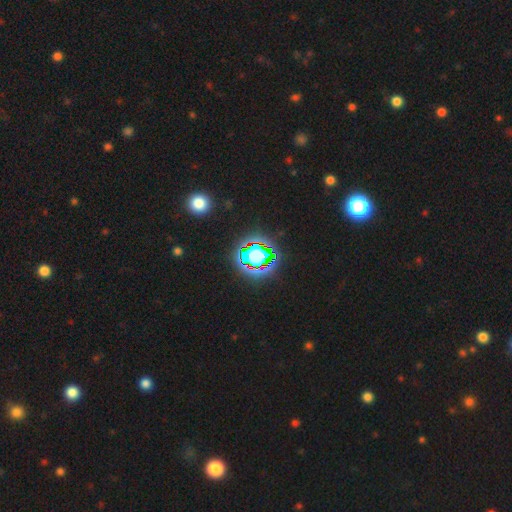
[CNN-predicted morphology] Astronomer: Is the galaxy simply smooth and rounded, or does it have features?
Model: star or artifact — 73%.